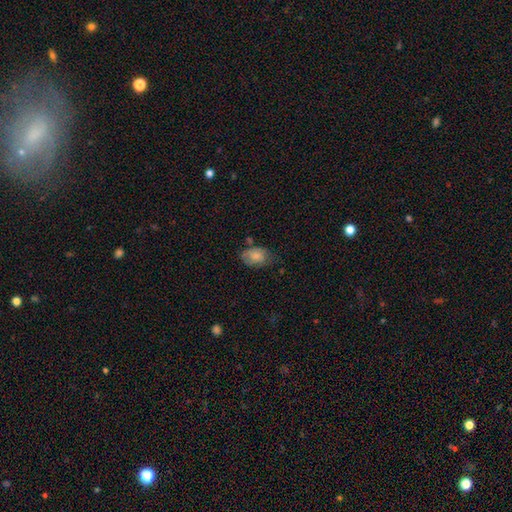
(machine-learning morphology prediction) A smooth galaxy with no disk features (78%) that is in between round and cigar-shaped (85%). Merging: none (53%).